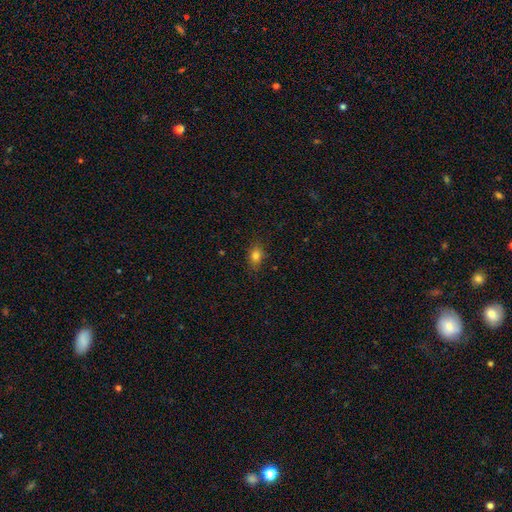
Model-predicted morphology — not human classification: Q: Smooth or featured?
A: smooth (78%); runner-up: star or artifact (13%)
Q: How rounded?
A: in between (69%); runner-up: round (28%)
Q: Merging?
A: none (82%); runner-up: minor disturbance (14%)